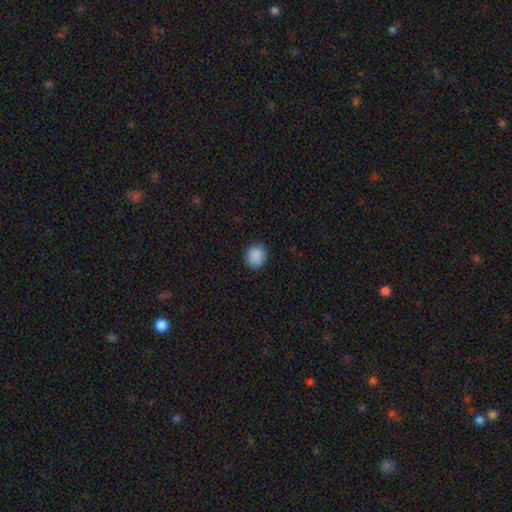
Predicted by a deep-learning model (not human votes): Smooth or featured?
  - smooth: 89% *
  - star or artifact: 8%
  - featured or disk: 3%
How rounded?
  - round: 79% *
  - in between: 20%
  - cigar-shaped: 1%
Merging?
  - none: 90% *
  - minor disturbance: 7%
  - major disturbance: 2%
  - merger: 1%